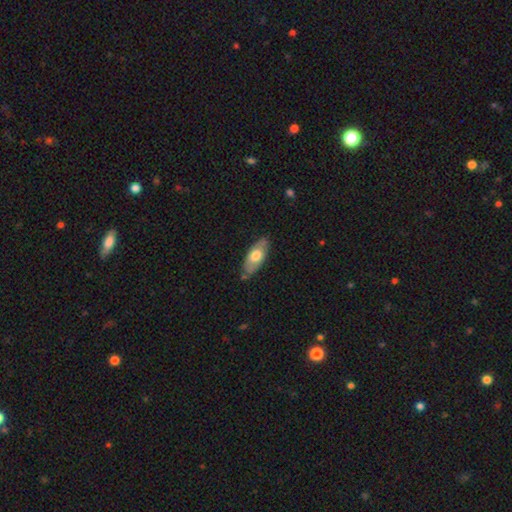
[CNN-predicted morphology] This appears to be a smooth galaxy with no disk features (55%) that is in between round and cigar-shaped (83%). Merging: none (74%).